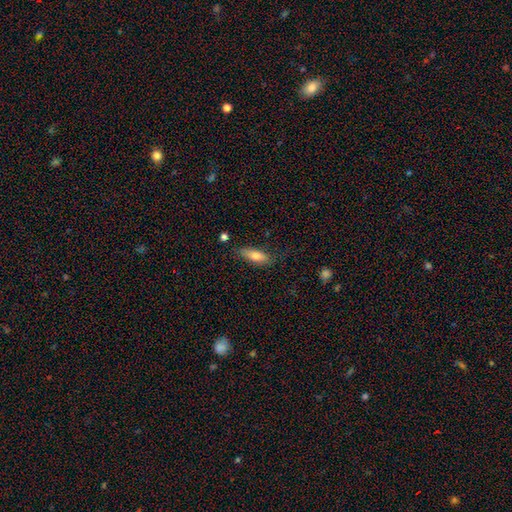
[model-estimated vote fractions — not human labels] The model was most divided on "how rounded": in between: 60%, cigar-shaped: 38%, round: 2%. More confident: smooth or featured — smooth (76%); merging — none (72%).